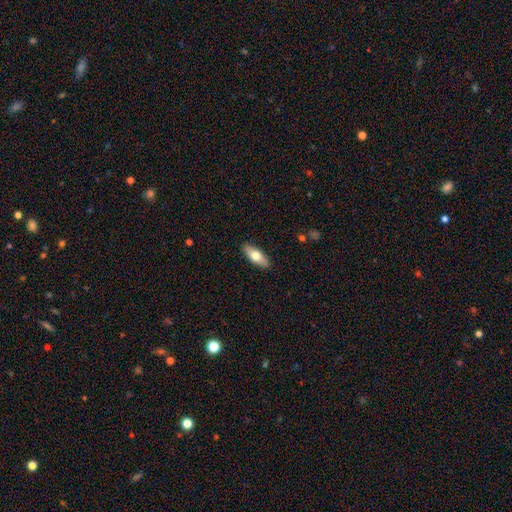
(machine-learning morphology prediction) smooth 63%, featured or disk 31%, star or artifact 6%. Down the decision tree: how rounded — in between (72%); merging — none (89%).